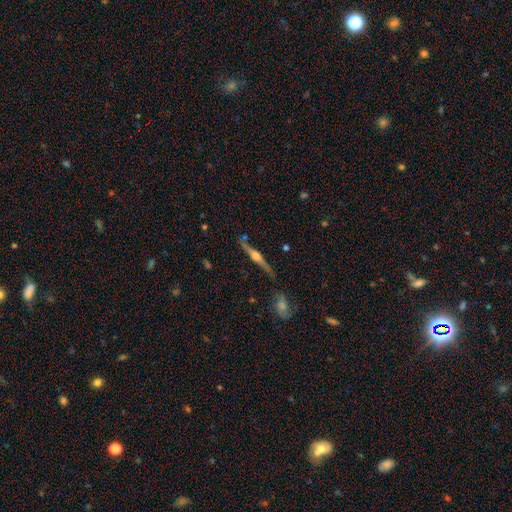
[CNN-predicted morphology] Overall: featured or disk (77%). Edge-on disk: yes (97%). Edge-on bulge: rounded (91%). Merging: none (80%).